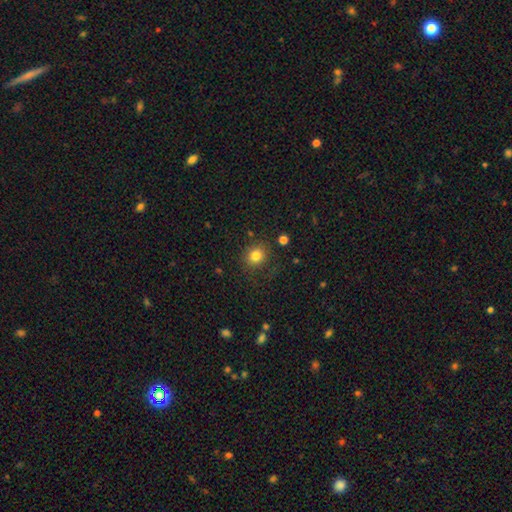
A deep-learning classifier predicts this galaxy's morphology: Smooth or featured?
  - smooth: 82% *
  - star or artifact: 12%
  - featured or disk: 6%
How rounded?
  - round: 83% *
  - in between: 16%
  - cigar-shaped: 1%
Merging?
  - none: 81% *
  - minor disturbance: 11%
  - major disturbance: 5%
  - merger: 3%